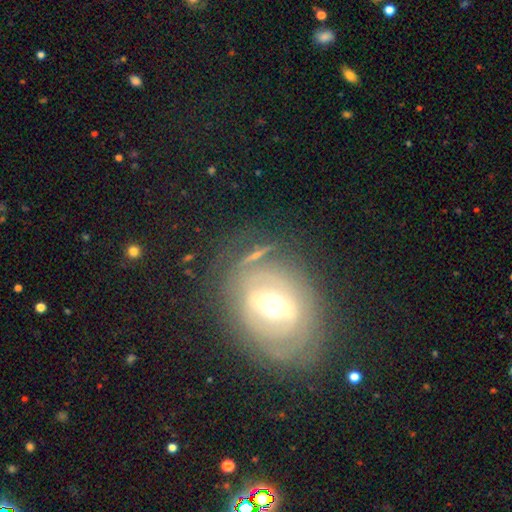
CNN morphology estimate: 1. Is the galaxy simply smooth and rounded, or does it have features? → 62% featured or disk, 23% smooth, 15% star or artifact.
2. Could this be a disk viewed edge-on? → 77% no, 23% yes.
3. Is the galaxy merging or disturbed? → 69% none, 15% minor disturbance, 10% major disturbance, 6% merger.